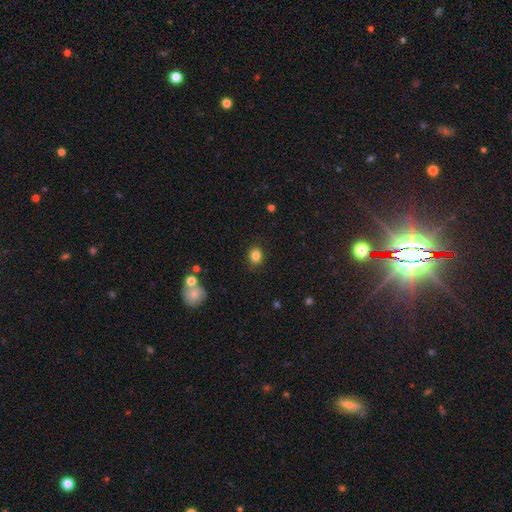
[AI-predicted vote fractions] Smooth or featured: smooth — 83% (star or artifact — 11%)
How rounded: round — 62% (in between — 37%)
Merging: none — 86% (minor disturbance — 10%)